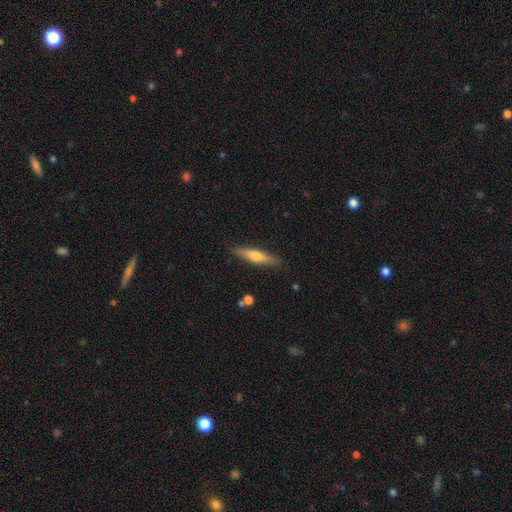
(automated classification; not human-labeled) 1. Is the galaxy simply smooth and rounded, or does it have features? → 50% smooth, 44% featured or disk, 6% star or artifact.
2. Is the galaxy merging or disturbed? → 88% none, 9% minor disturbance, 2% major disturbance, 2% merger.